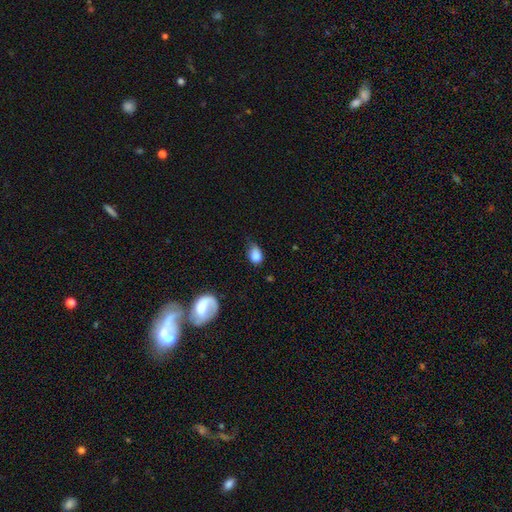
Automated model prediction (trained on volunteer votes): Smooth or featured? Predicted: smooth (p=0.82). How rounded? Predicted: in between (p=0.69). Merging? Predicted: none (p=0.43).